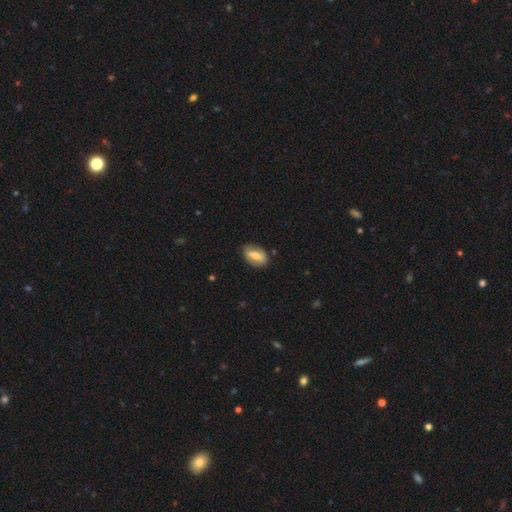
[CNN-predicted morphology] Smooth or featured? smooth (61%)
How rounded? in between (86%)
Merging? none (77%)